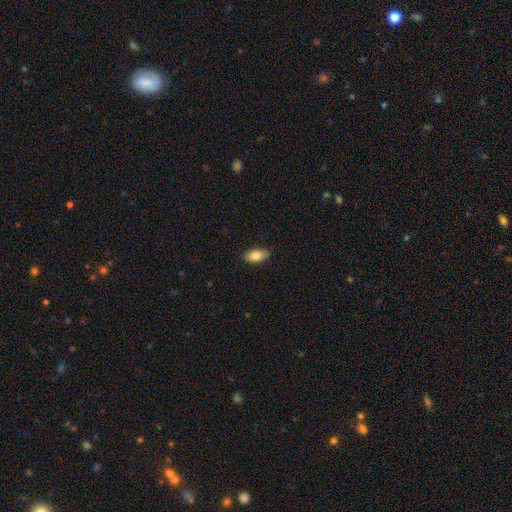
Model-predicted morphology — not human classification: smooth-or-featured: smooth: 83% | featured or disk: 10% | star or artifact: 7%
  how-rounded: in between: 91% | cigar-shaped: 5% | round: 4%
  merging: none: 87% | minor disturbance: 10% | major disturbance: 2% | merger: 1%